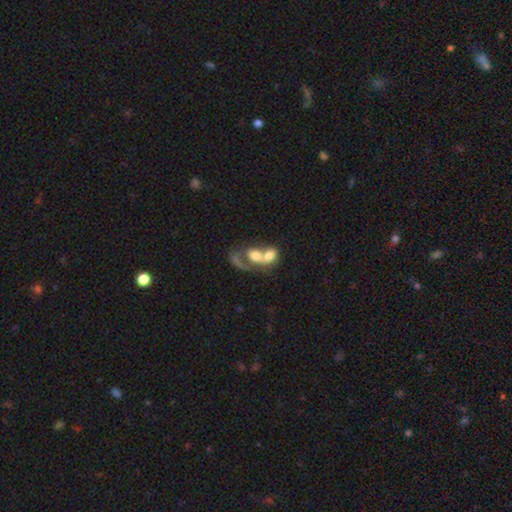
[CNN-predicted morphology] smooth 52%, featured or disk 39%, star or artifact 9%. Down the decision tree: how rounded — in between (59%); merging — merger (79%).